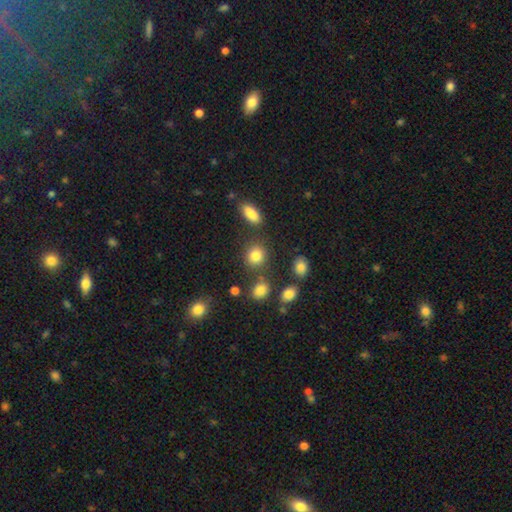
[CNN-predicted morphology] smooth 82%, star or artifact 12%, featured or disk 6%. Down the decision tree: how rounded — round (76%); merging — none (76%).